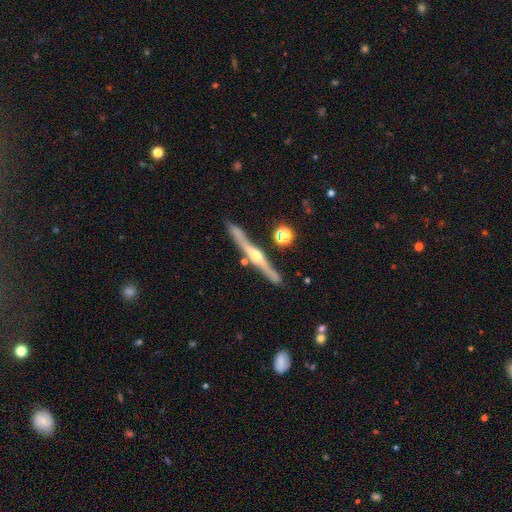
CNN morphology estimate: Q: Smooth or featured?
A: featured or disk (80%); runner-up: smooth (14%)
Q: Edge-on disk?
A: yes (97%); runner-up: no (3%)
Q: Edge-on bulge?
A: rounded (93%); runner-up: none (4%)
Q: Merging?
A: none (80%); runner-up: minor disturbance (11%)